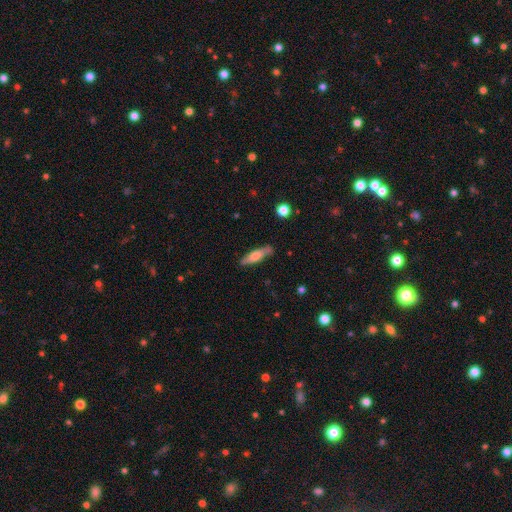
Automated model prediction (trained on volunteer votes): Morphology: type=smooth (60%); roundness=cigar-shaped (71%); merging=none (82%).